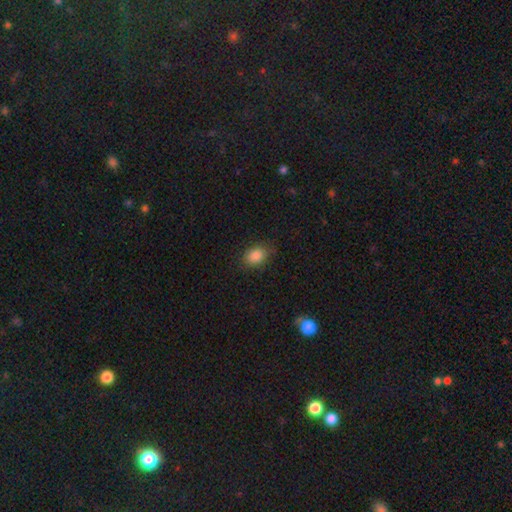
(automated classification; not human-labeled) Smooth or featured? Predicted: smooth (p=0.85). How rounded? Predicted: in between (p=0.72). Merging? Predicted: none (p=0.81).